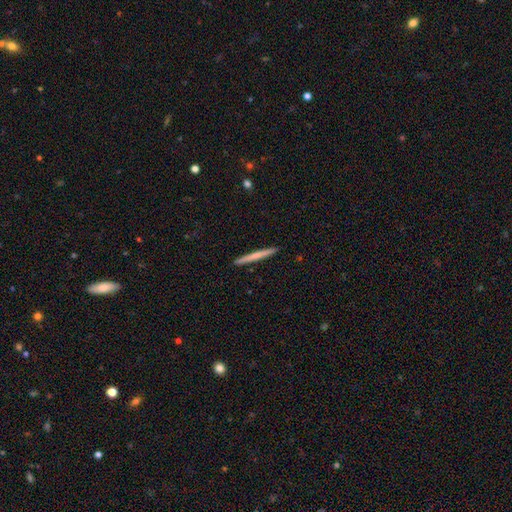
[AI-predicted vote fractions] Smooth or featured? smooth (62%)
How rounded? cigar-shaped (97%)
Merging? none (93%)